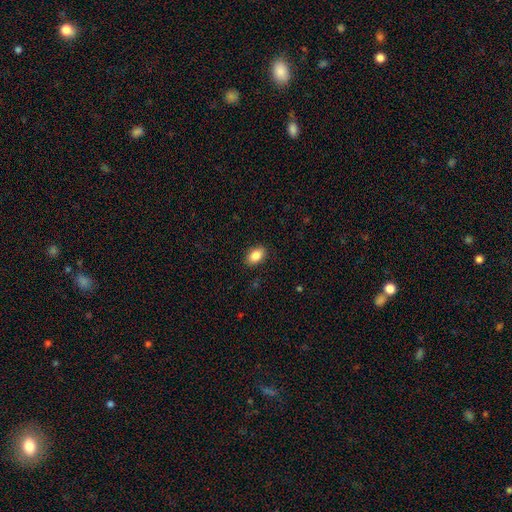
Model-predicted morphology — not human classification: A smooth galaxy with no disk features (86%) that is in between round and cigar-shaped (86%).

Vote fractions:
- Smooth or featured? smooth: 86% / star or artifact: 8% / featured or disk: 6%
- How rounded? in between: 86% / round: 12% / cigar-shaped: 1%
- Merging? none: 89% / minor disturbance: 8% / major disturbance: 2% / merger: 1%